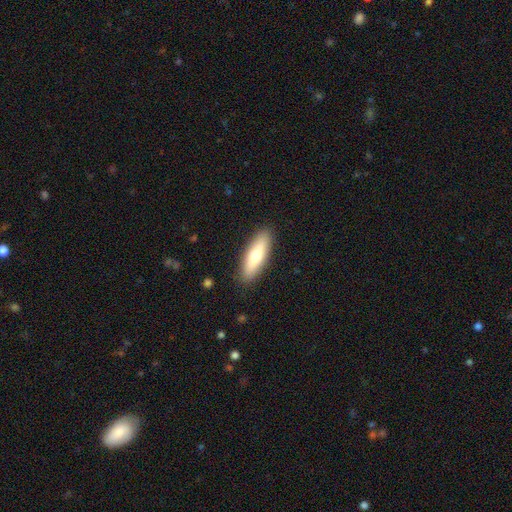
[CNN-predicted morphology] This appears to be a smooth galaxy with no disk features (67%) that is cigar-shaped (51%). Merging: none (89%).